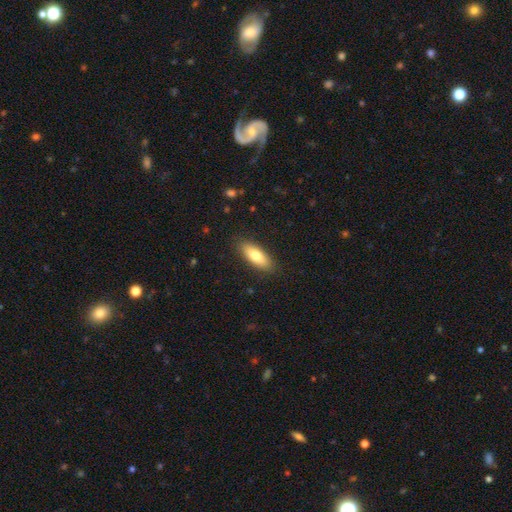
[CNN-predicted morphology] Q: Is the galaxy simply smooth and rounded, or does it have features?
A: smooth — 75%.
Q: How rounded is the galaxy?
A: in between — 69%.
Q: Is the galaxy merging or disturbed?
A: none — 87%.